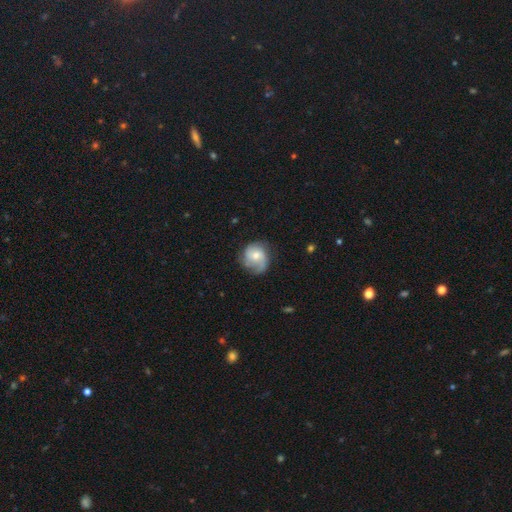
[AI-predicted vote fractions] smooth_or_featured: featured or disk (p=0.52) [alt: smooth p=0.41]
disk_edge_on: no (p=0.97) [alt: yes p=0.03]
bar: no (p=0.68) [alt: weak p=0.28]
has_spiral_arms: yes (p=0.85) [alt: no p=0.15]
bulge_size: moderate (p=0.56) [alt: small p=0.34]
merging: none (p=0.60) [alt: minor disturbance p=0.26]